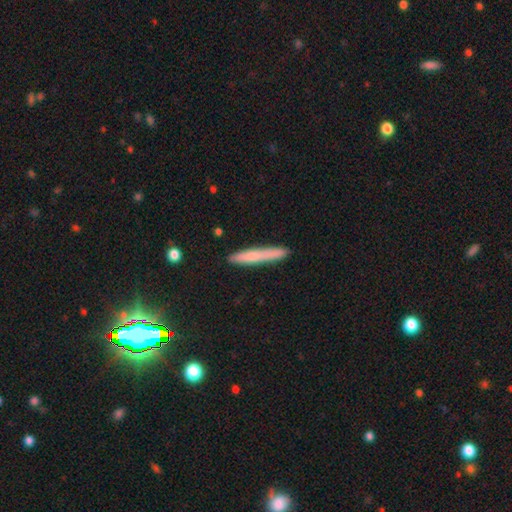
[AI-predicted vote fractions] Q: Smooth or featured?
A: smooth (69%); runner-up: featured or disk (24%)
Q: How rounded?
A: cigar-shaped (95%); runner-up: in between (3%)
Q: Merging?
A: none (87%); runner-up: minor disturbance (10%)